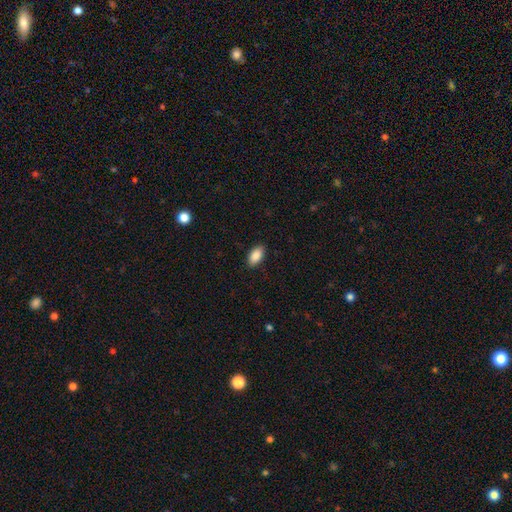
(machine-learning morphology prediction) Smooth or featured: smooth — 89% (star or artifact — 7%)
How rounded: in between — 93% (cigar-shaped — 4%)
Merging: none — 89% (minor disturbance — 8%)